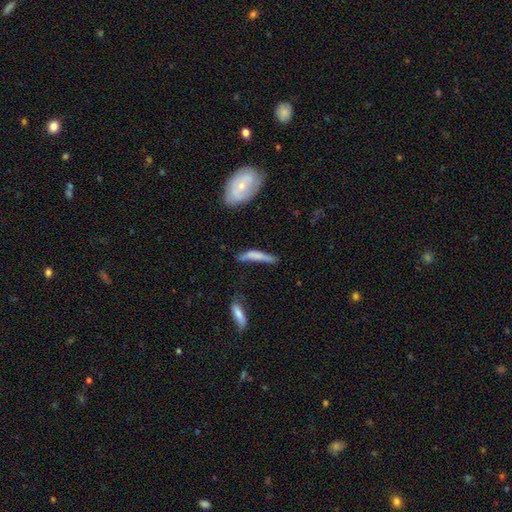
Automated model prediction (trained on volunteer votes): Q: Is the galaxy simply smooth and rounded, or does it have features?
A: smooth — 64%.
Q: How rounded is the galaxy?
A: cigar-shaped — 85%.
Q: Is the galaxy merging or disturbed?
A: none — 45%.